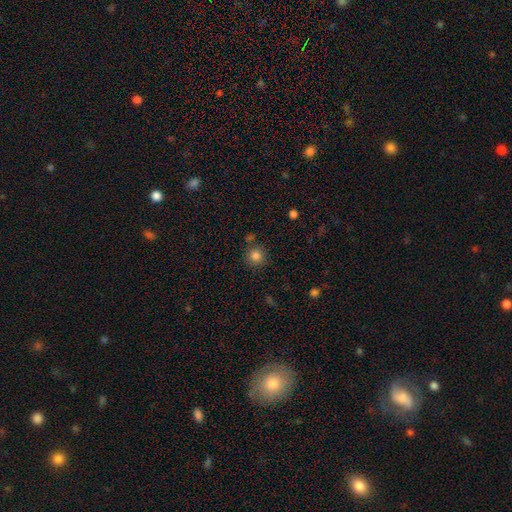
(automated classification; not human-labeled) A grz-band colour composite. It shows a smooth galaxy with no disk features (83%) that is round (93%). Merging: none (80%).